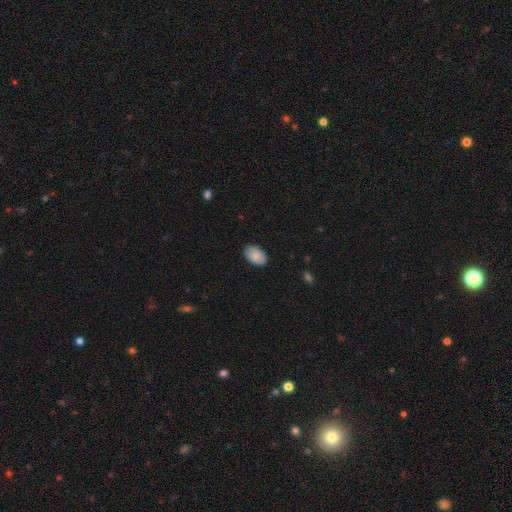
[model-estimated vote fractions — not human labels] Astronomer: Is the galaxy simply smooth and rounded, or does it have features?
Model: smooth — 84%.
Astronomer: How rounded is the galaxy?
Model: in between — 92%.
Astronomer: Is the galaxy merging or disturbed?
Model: none — 85%.